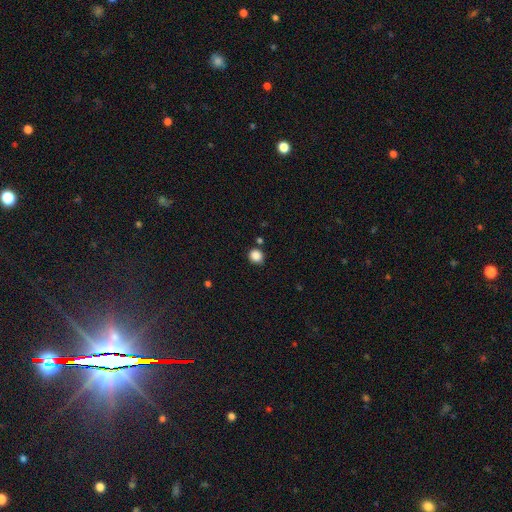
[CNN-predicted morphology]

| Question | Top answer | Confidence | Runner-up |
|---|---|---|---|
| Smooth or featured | smooth | 87% | star or artifact (10%) |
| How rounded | round | 82% | in between (17%) |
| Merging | none | 82% | minor disturbance (10%) |